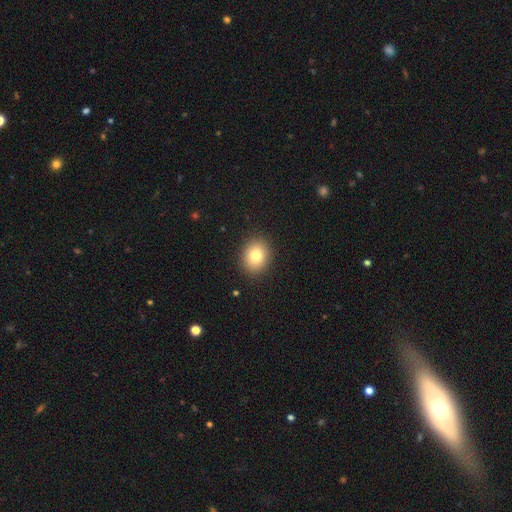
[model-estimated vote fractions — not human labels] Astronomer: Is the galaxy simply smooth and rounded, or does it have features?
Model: smooth — 81%.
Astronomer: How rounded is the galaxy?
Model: round — 62% (runner-up: in between, 37%).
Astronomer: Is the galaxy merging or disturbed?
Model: none — 90%.